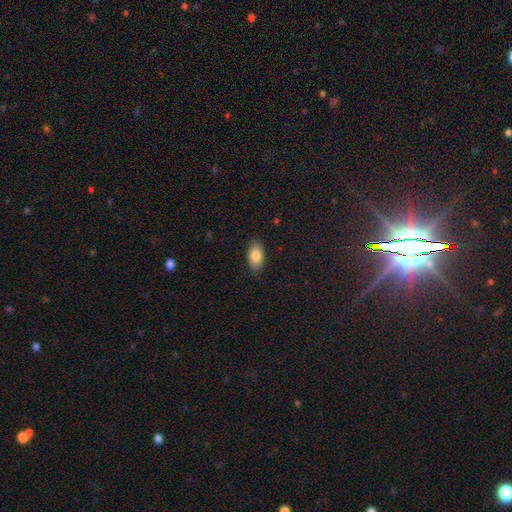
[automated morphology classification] type=smooth (86%); roundness=in between (92%); merging=none (85%).